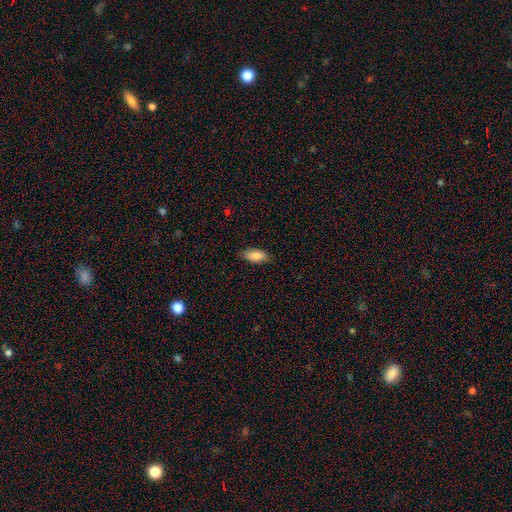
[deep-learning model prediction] Overall: smooth (86%). How rounded: in between (85%). Merging: none (84%).